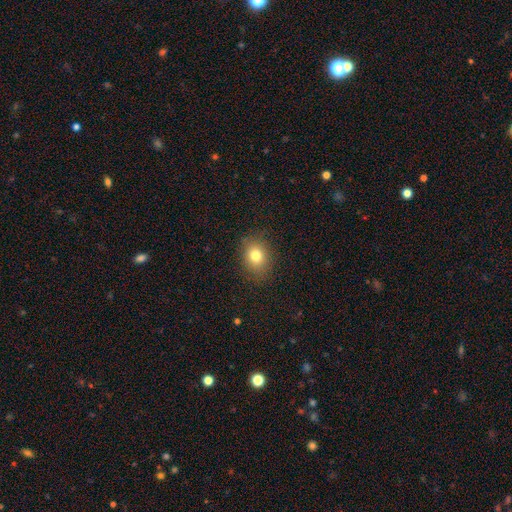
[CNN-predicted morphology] smooth 78%, star or artifact 12%, featured or disk 10%. Down the decision tree: how rounded — in between (51%); merging — none (86%).